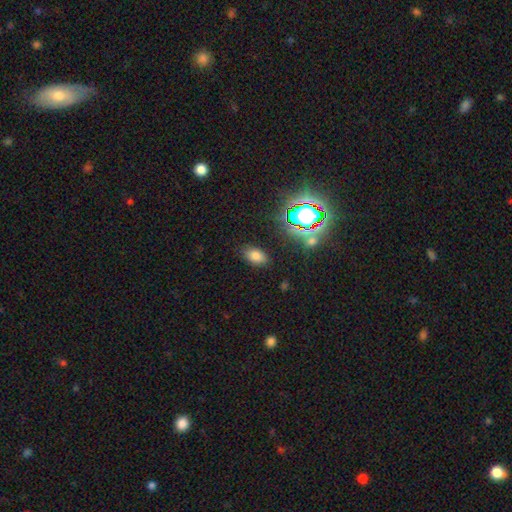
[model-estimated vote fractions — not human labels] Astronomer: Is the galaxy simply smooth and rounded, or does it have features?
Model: smooth — 73%.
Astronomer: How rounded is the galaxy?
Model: in between — 89%.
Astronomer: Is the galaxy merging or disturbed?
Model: none — 84%.